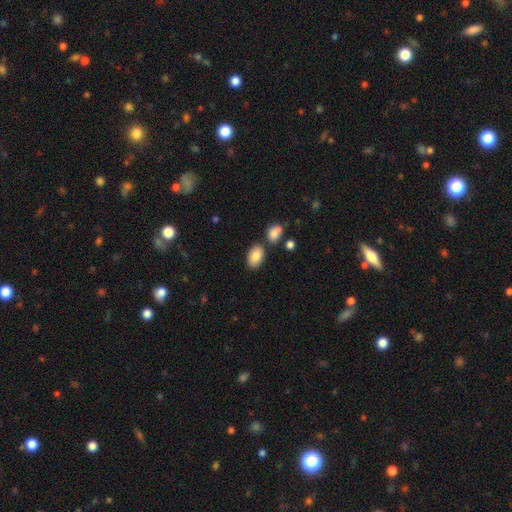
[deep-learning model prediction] Morphology: type=smooth (86%); roundness=in between (90%); merging=none (76%).